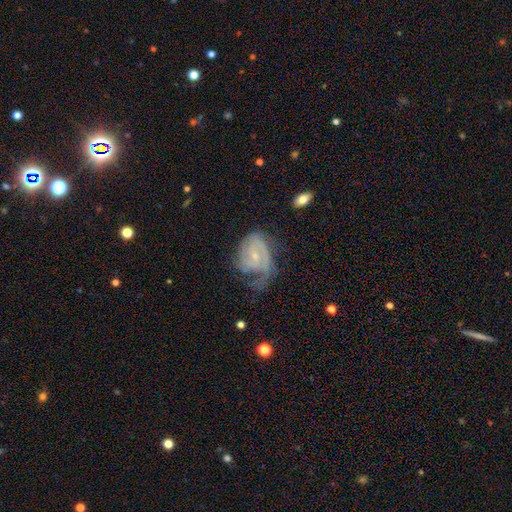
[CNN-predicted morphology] smooth_or_featured: featured or disk (p=0.79) [alt: smooth p=0.14]
disk_edge_on: no (p=0.97) [alt: yes p=0.03]
bar: no (p=0.52) [alt: weak p=0.40]
has_spiral_arms: yes (p=0.91) [alt: no p=0.09]
spiral_winding: tight (p=0.52) [alt: medium p=0.35]
spiral_arm_count: 2 (p=0.33) [alt: can't tell p=0.31]
bulge_size: small (p=0.72) [alt: moderate p=0.21]
merging: none (p=0.38) [alt: major disturbance p=0.32]